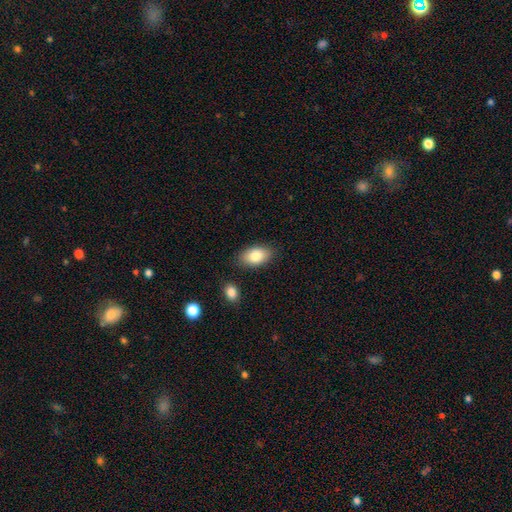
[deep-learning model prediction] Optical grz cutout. It shows a smooth galaxy with no disk features (81%) that is in between round and cigar-shaped (92%). Merging: none (83%).